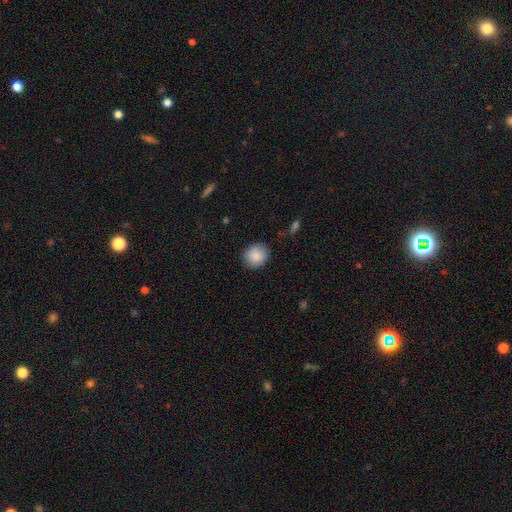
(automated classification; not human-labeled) Smooth or featured? Predicted: smooth (p=0.87). How rounded? Predicted: round (p=0.80). Merging? Predicted: none (p=0.86).